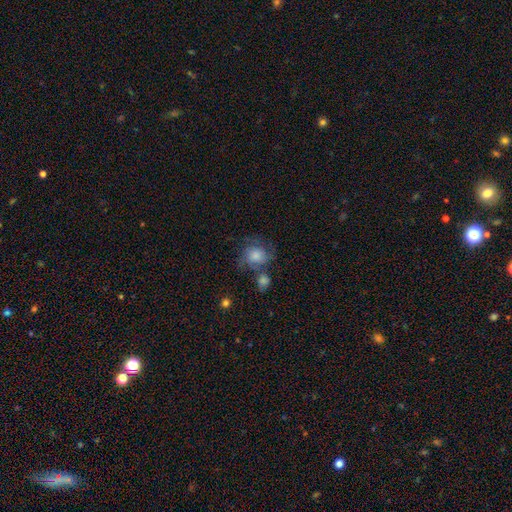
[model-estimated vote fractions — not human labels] Smooth or featured? featured or disk (51%)
Edge-on disk? no (97%)
Merging? none (55%)